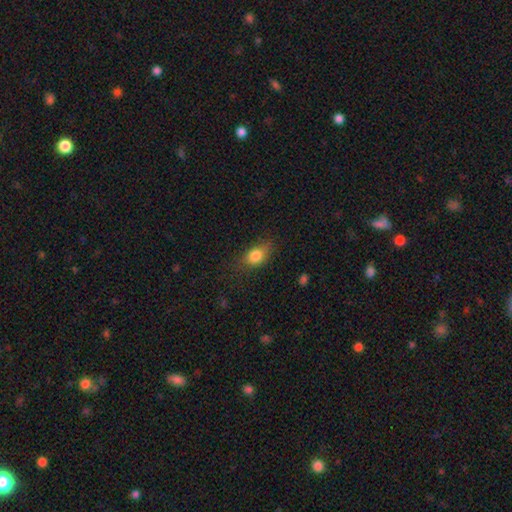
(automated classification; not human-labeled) smooth 82%, star or artifact 9%, featured or disk 9%. Down the decision tree: how rounded — in between (74%); merging — none (66%).